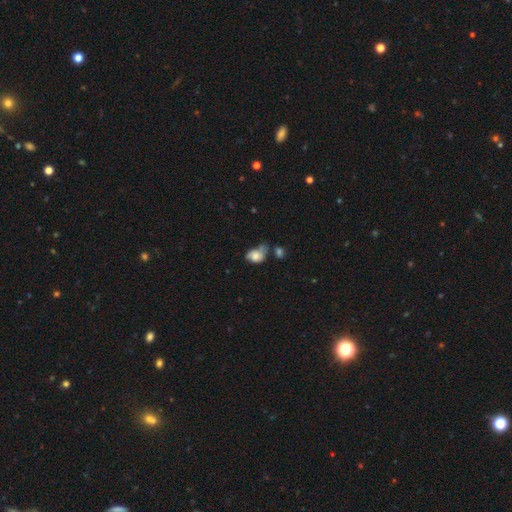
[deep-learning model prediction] smooth-or-featured: smooth: 69% | featured or disk: 22% | star or artifact: 9%
  how-rounded: in between: 71% | round: 28% | cigar-shaped: 1%
  merging: minor disturbance: 31% | none: 27% | merger: 22% | major disturbance: 20%